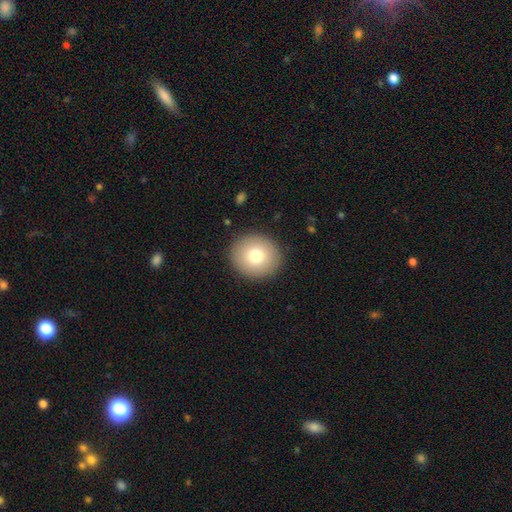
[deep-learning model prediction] This appears to be a smooth galaxy with no disk features (77%) that is round (88%). Merging: none (90%).